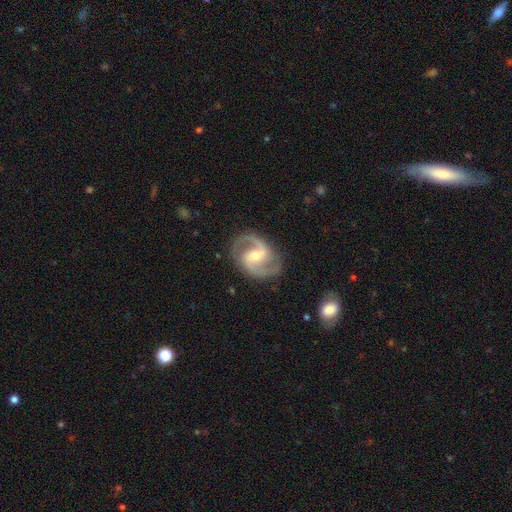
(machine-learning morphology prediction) A featured or disk galaxy (92%) with a weak bar (48%), 2 (93%) medium (66%) spiral arms (98%) and a moderate central bulge (53%).

Vote fractions:
- Smooth or featured? featured or disk: 92% / star or artifact: 4% / smooth: 4%
- Edge-on disk? no: 98% / yes: 2%
- Bar? weak: 48% / no: 28% / strong: 23%
- Spiral arms? yes: 98% / no: 2%
- Spiral winding? medium: 66% / loose: 18% / tight: 16%
- Spiral arm count? 2: 93% / 3: 2% / can't tell: 2% / 1: 1% / 4: 1% / more than 4: 1%
- Bulge size? moderate: 53% / small: 42% / large: 3% / none: 1% / dominant: 1%
- Merging? none: 84% / minor disturbance: 11% / major disturbance: 4% / merger: 1%